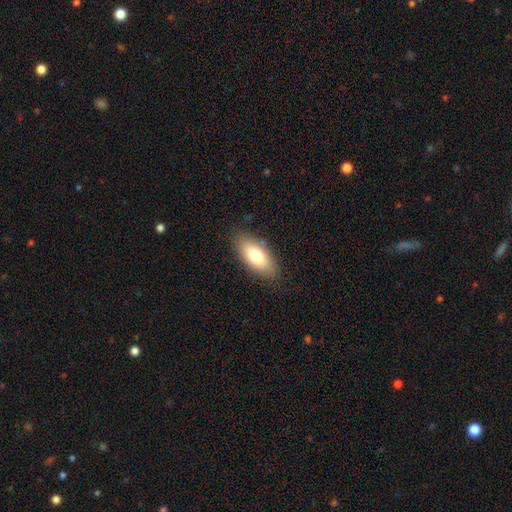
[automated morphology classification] Smooth or featured? smooth (76%)
How rounded? in between (87%)
Merging? none (84%)